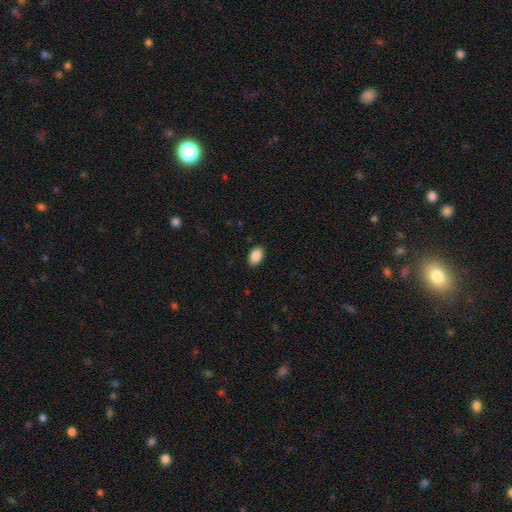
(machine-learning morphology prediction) Smooth or featured? Predicted: smooth (p=0.89). How rounded? Predicted: in between (p=0.90). Merging? Predicted: none (p=0.89).